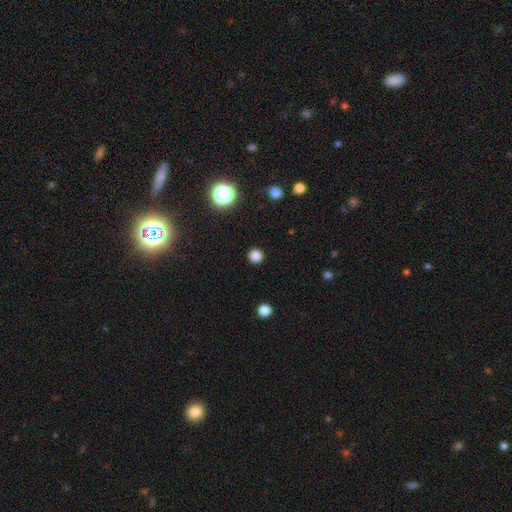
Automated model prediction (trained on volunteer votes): Smooth or featured? Predicted: smooth (p=0.82). How rounded? Predicted: round (p=0.94). Merging? Predicted: none (p=0.92).